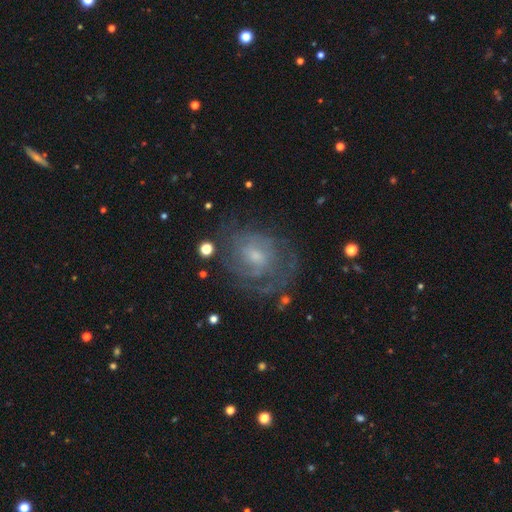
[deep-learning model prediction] Smooth or featured? Predicted: featured or disk (p=0.71). Edge-on disk? Predicted: no (p=0.97). Bar? Predicted: no (p=0.59). Spiral arms? Predicted: yes (p=0.78). Spiral winding? Predicted: tight (p=0.53). Spiral arm count? Predicted: can't tell (p=0.52). Bulge size? Predicted: small (p=0.55). Merging? Predicted: none (p=0.62).